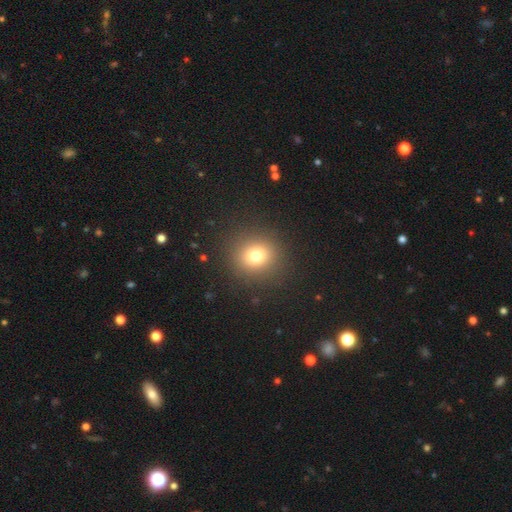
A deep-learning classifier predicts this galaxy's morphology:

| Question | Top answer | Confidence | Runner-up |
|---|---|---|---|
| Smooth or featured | smooth | 75% | star or artifact (16%) |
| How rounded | round | 87% | in between (12%) |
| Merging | none | 89% | minor disturbance (6%) |